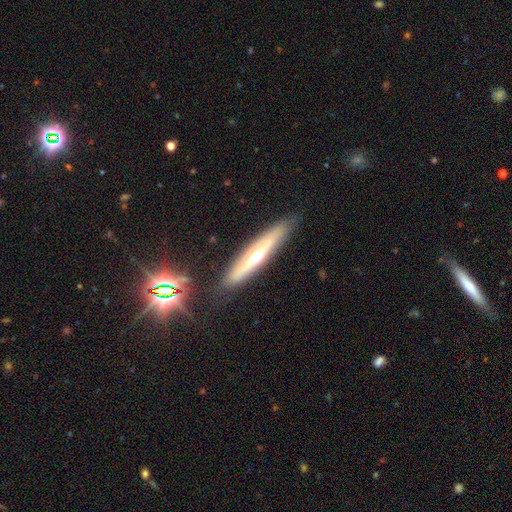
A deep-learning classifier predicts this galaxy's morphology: smooth_or_featured: featured or disk (p=0.57) [alt: smooth p=0.35]
disk_edge_on: yes (p=0.87) [alt: no p=0.13]
merging: none (p=0.86) [alt: minor disturbance p=0.10]